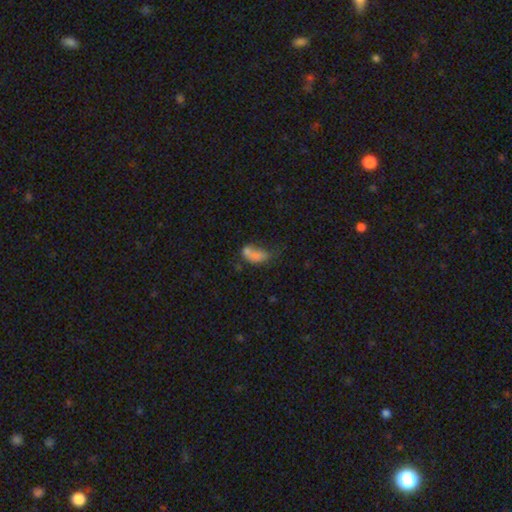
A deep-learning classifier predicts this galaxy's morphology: Overall: smooth (68%). How rounded: in between (84%). Merging: merger (46%; none 22%).